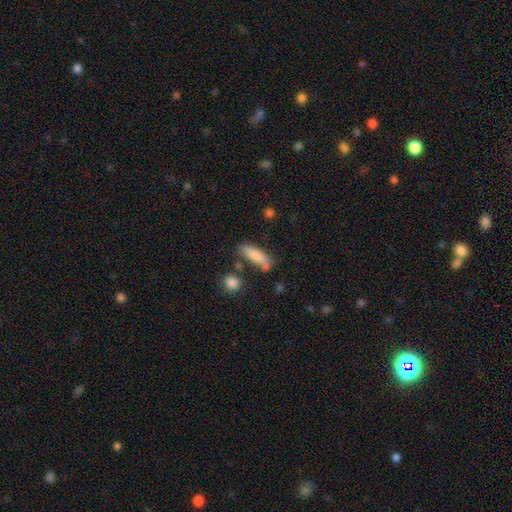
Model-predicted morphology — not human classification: Smooth or featured: smooth — 83% (featured or disk — 10%)
How rounded: cigar-shaped — 54% (in between — 44%)
Merging: none — 66% (minor disturbance — 18%)